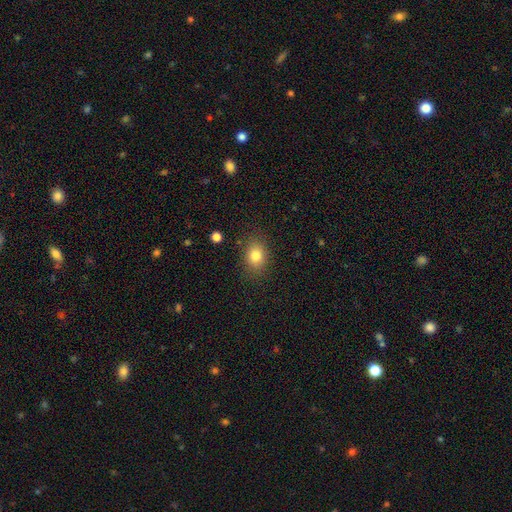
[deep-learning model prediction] This is clearly a smooth galaxy (80%). How rounded: likely in between (61%). Merging: clearly none (84%).